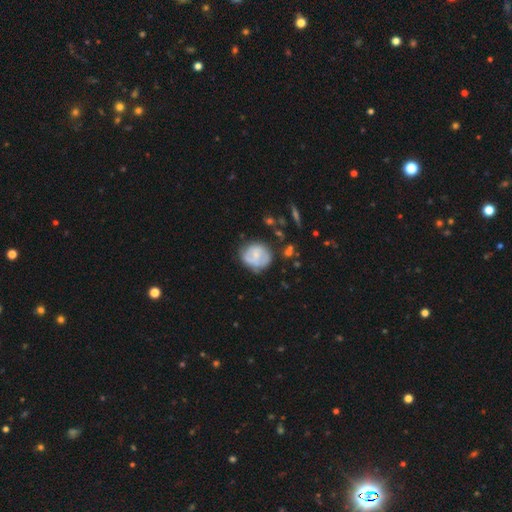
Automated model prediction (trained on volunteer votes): A smooth galaxy with no disk features (47%). Merging: none (61%).